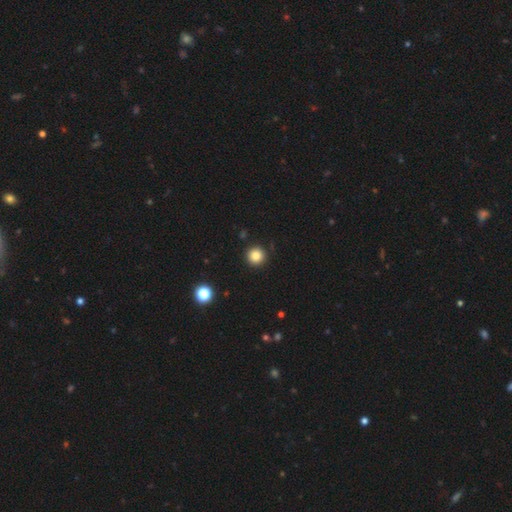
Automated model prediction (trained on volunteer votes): This is clearly a smooth galaxy (84%). How rounded: clearly round (96%). Merging: clearly none (91%).